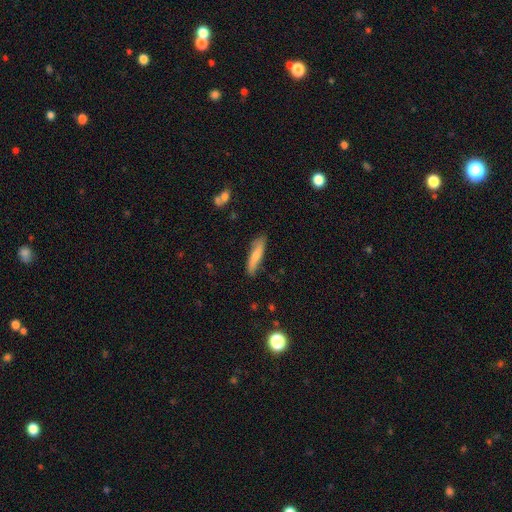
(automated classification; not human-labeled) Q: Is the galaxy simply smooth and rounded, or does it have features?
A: smooth — 66%.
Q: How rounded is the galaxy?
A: cigar-shaped — 80%.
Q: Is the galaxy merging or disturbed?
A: none — 80%.